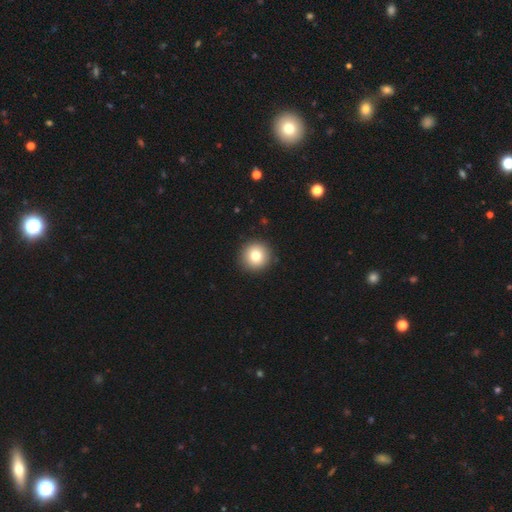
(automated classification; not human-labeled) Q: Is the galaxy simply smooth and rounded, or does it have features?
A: smooth — 79%.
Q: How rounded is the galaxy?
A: round — 95%.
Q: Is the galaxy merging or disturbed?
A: none — 92%.